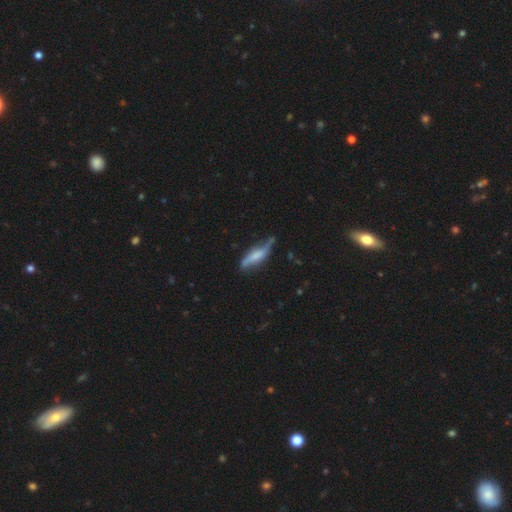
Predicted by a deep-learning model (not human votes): A featured or disk galaxy (54%).

Vote fractions:
- Smooth or featured? featured or disk: 54% / smooth: 39% / star or artifact: 7%
- Edge-on disk? no: 51% / yes: 49%
- Merging? none: 51% / minor disturbance: 32% / major disturbance: 11% / merger: 6%